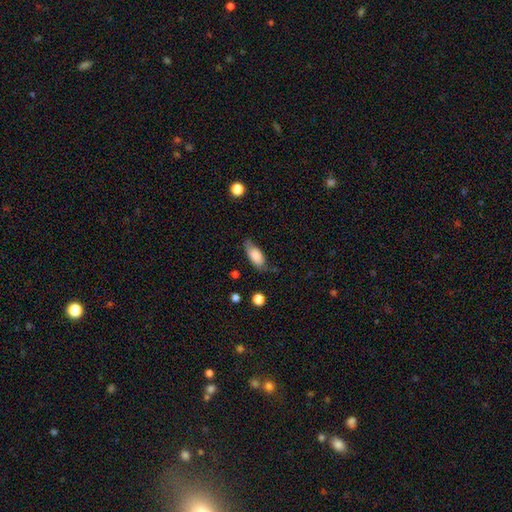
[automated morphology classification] smooth_or_featured: smooth (p=0.79) [alt: featured or disk p=0.14]
how_rounded: in between (p=0.86) [alt: cigar-shaped p=0.11]
merging: none (p=0.64) [alt: minor disturbance p=0.27]